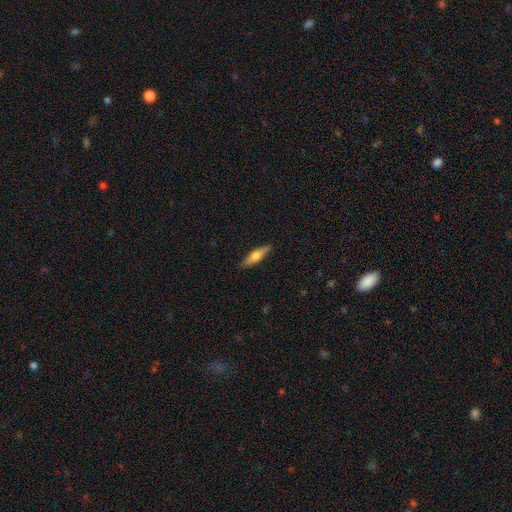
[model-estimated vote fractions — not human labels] Q: Smooth or featured?
A: smooth (59%); runner-up: featured or disk (35%)
Q: How rounded?
A: cigar-shaped (72%); runner-up: in between (26%)
Q: Merging?
A: none (88%); runner-up: minor disturbance (9%)